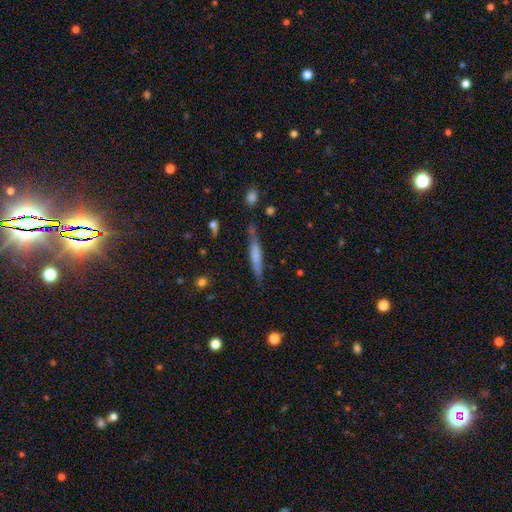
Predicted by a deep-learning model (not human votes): Smooth or featured? smooth (57%)
How rounded? cigar-shaped (92%)
Merging? none (76%)